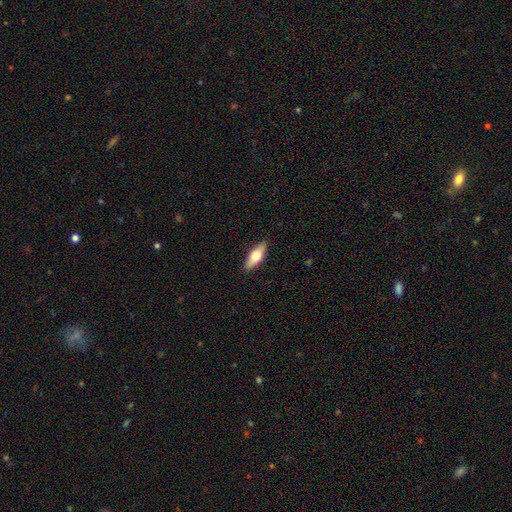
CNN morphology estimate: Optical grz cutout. It shows a smooth galaxy with no disk features (56%) that is in between round and cigar-shaped (62%). Merging: none (89%).